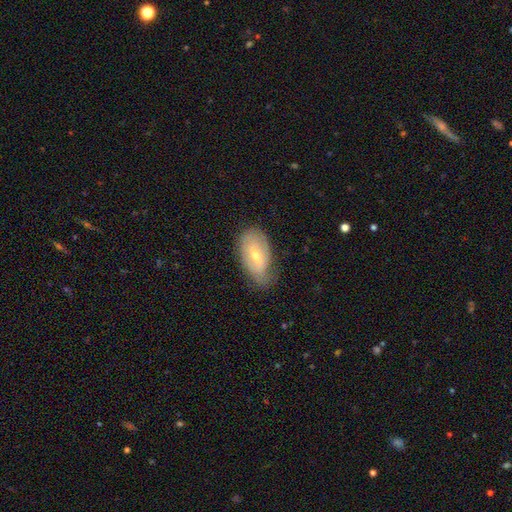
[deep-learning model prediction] Smooth or featured: featured or disk — 49% (smooth — 43%)
Merging: none — 60% (minor disturbance — 31%)